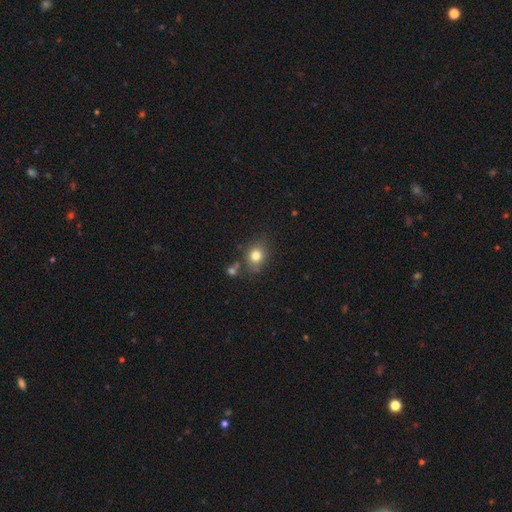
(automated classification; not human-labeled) Smooth or featured? smooth (79%)
How rounded? round (62%)
Merging? none (71%)